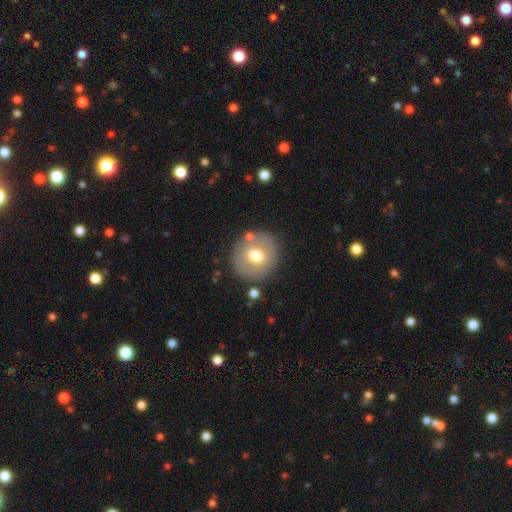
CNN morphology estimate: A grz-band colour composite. It shows a smooth galaxy with no disk features (61%) that is round (91%). Merging: none (82%).